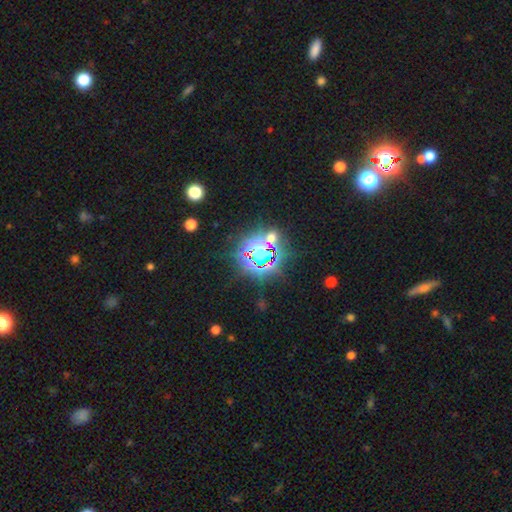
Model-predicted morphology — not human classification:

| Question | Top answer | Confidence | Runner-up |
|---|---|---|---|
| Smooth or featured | star or artifact | 75% | smooth (17%) |